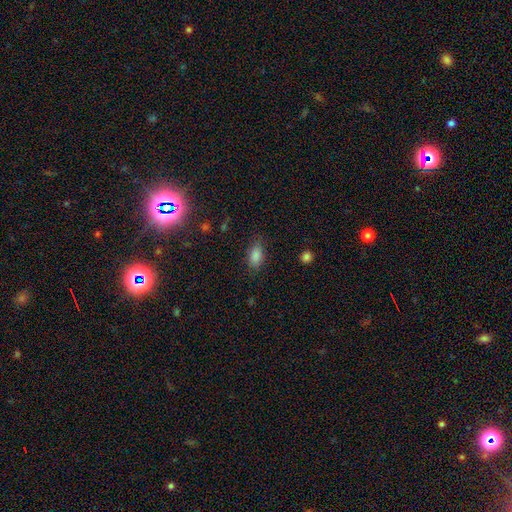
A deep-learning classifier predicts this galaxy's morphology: Q: Smooth or featured?
A: smooth (85%); runner-up: star or artifact (9%)
Q: How rounded?
A: in between (89%); runner-up: round (7%)
Q: Merging?
A: none (79%); runner-up: minor disturbance (15%)